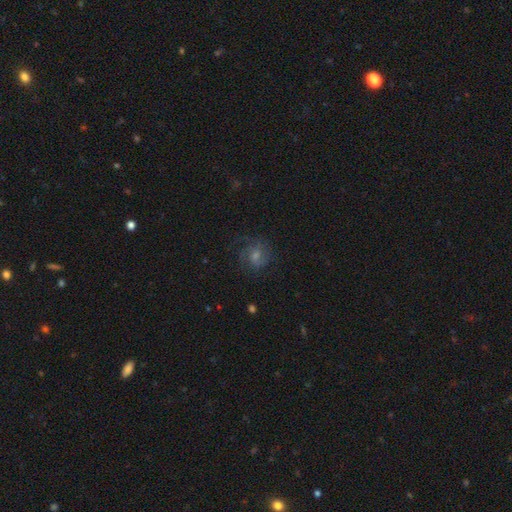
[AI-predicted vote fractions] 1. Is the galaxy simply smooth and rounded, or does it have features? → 55% featured or disk, 25% smooth, 21% star or artifact.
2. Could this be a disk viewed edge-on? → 97% no, 3% yes.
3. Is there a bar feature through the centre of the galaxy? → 52% no, 41% weak, 8% strong.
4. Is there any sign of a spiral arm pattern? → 90% yes, 10% no.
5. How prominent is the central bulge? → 48% moderate, 36% small, 8% large, 7% none, 2% dominant.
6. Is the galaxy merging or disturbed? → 75% none, 15% minor disturbance, 9% major disturbance, 1% merger.